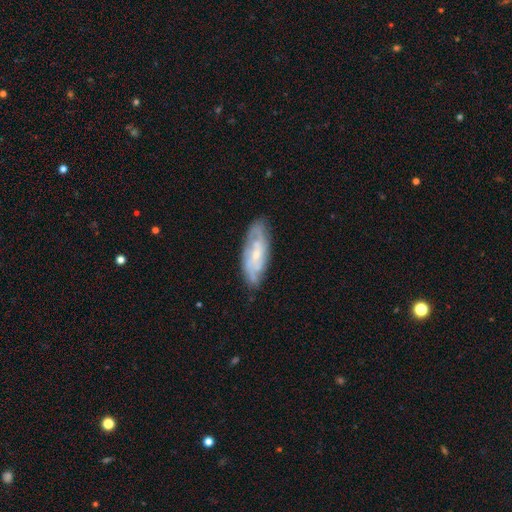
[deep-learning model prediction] A featured or disk galaxy (71%) with no bar (59%), tight (50%) spiral arms (86%) and a small central bulge (61%).

Vote fractions:
- Smooth or featured? featured or disk: 71% / smooth: 23% / star or artifact: 6%
- Edge-on disk? no: 86% / yes: 14%
- Bar? no: 59% / weak: 34% / strong: 8%
- Spiral arms? yes: 86% / no: 14%
- Spiral winding? tight: 50% / medium: 37% / loose: 13%
- Spiral arm count? can't tell: 44% / 2: 27% / 3: 15% / 4: 7% / 1: 3% / more than 4: 3%
- Bulge size? small: 61% / moderate: 33% / none: 4% / large: 2% / dominant: 1%
- Merging? none: 75% / minor disturbance: 19% / major disturbance: 4% / merger: 2%